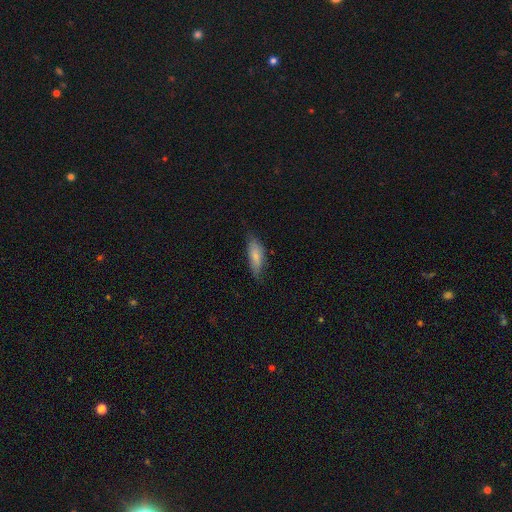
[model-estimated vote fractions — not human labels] Smooth or featured: smooth — 76% (featured or disk — 18%)
How rounded: in between — 67% (cigar-shaped — 31%)
Merging: none — 67% (minor disturbance — 27%)